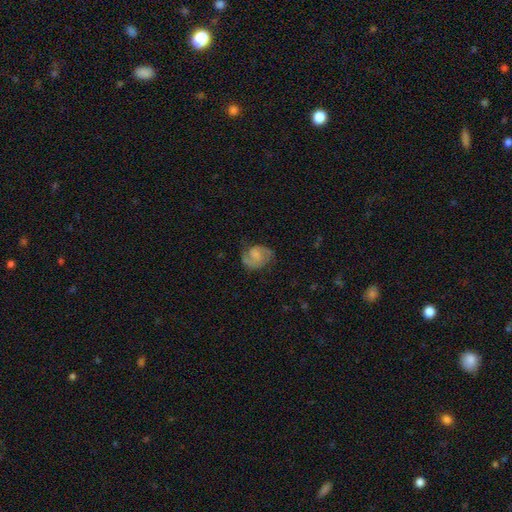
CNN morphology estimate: The model was most divided on "bar": no: 53%, weak: 39%, strong: 8%. Remaining: edge-on disk — no (98%); spiral arms — yes (91%); spiral arm count — 2 (84%); merging — none (67%); smooth or featured — featured or disk (62%); spiral winding — medium (49%); bulge size — none (42%).